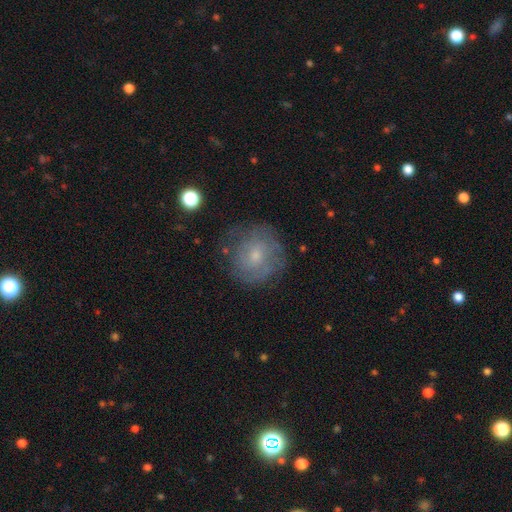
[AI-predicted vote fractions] The model was most divided on "smooth or featured" (2-way tie): smooth: 45%, featured or disk: 45%, star or artifact: 10%. More confident: merging — none (71%).